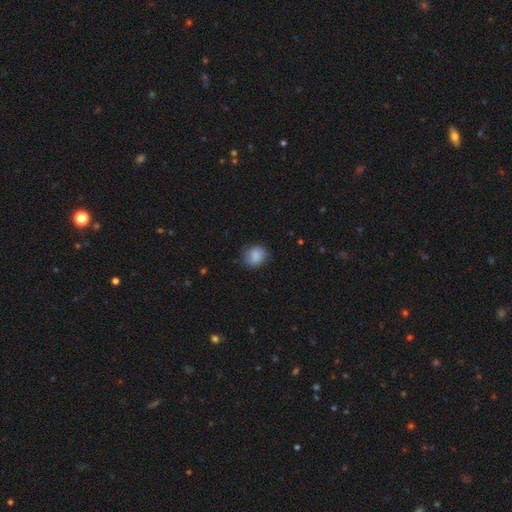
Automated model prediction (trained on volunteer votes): A smooth galaxy with no disk features (74%) that is round (74%). Merging: none (77%).